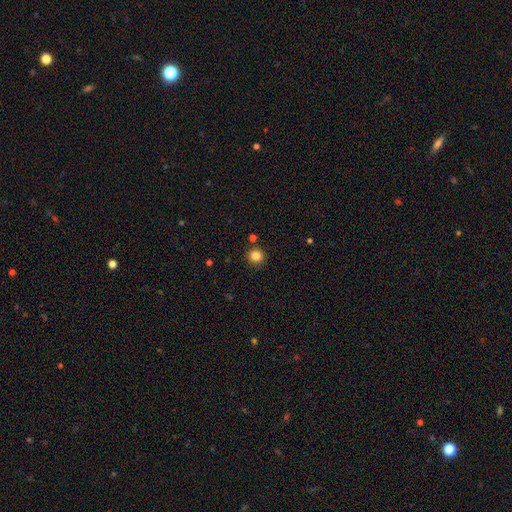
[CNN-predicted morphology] Smooth or featured? Predicted: smooth (p=0.84). How rounded? Predicted: round (p=0.94). Merging? Predicted: none (p=0.87).